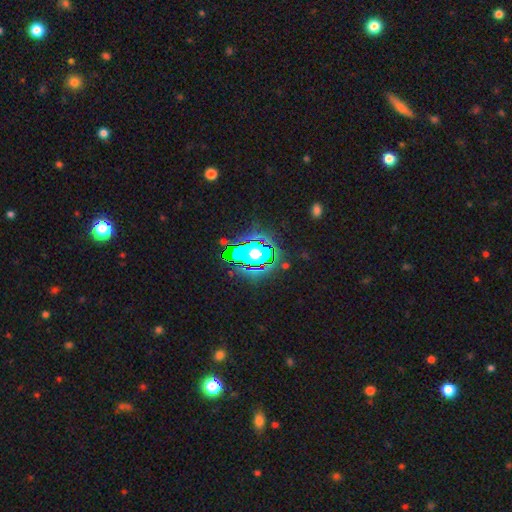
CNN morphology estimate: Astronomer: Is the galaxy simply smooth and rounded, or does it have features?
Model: star or artifact — 81%.